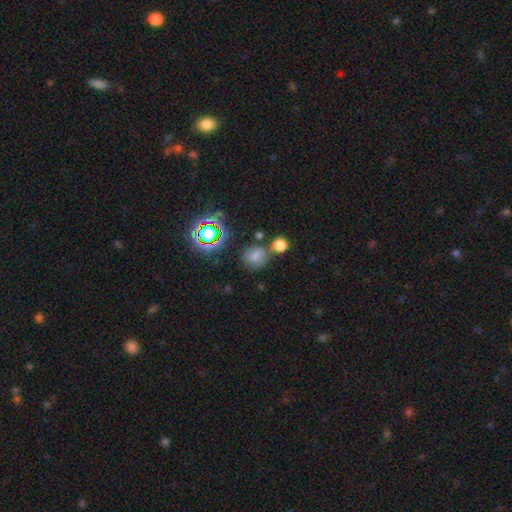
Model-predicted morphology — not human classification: Smooth or featured?
  - smooth: 67% *
  - star or artifact: 22%
  - featured or disk: 11%
How rounded?
  - round: 74% *
  - in between: 25%
  - cigar-shaped: 1%
Merging?
  - none: 62% *
  - merger: 17%
  - minor disturbance: 15%
  - major disturbance: 6%